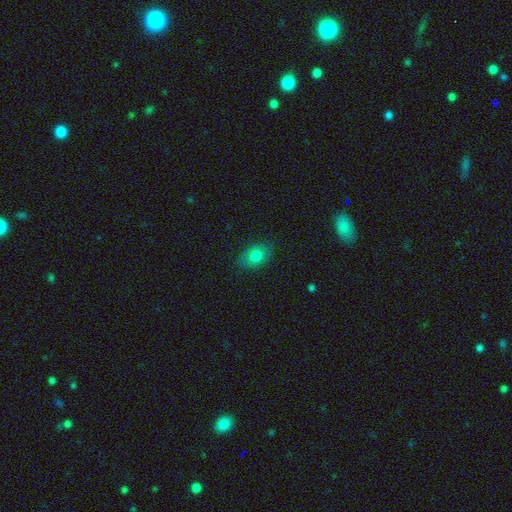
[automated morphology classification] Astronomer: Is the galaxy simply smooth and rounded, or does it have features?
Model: smooth — 79%.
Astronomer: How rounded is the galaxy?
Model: in between — 80%.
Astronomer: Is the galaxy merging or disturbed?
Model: none — 83%.